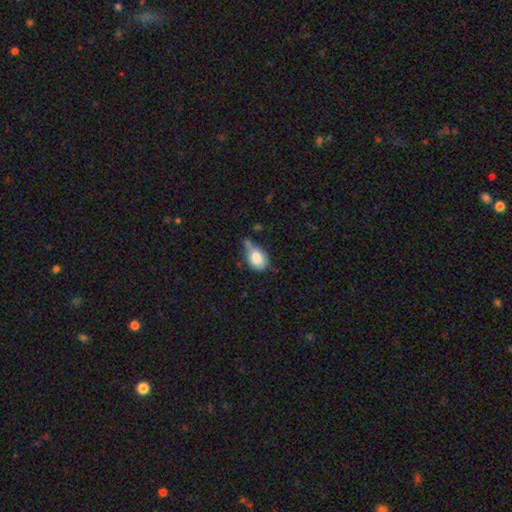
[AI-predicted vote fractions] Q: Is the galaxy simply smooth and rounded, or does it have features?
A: smooth — 78%.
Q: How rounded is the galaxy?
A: in between — 70%.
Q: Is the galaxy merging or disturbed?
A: minor disturbance — 40%.